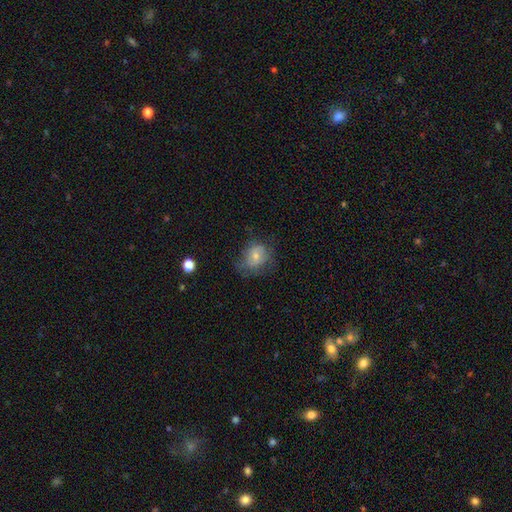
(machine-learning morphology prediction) A smooth galaxy with no disk features (52%) that is round (62%). Merging: none (54%).